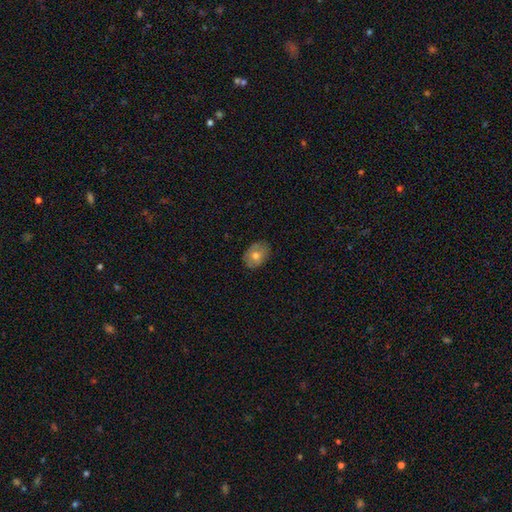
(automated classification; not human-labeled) A smooth galaxy with no disk features (64%) that is in between round and cigar-shaped (70%).

Vote fractions:
- Smooth or featured? smooth: 64% / featured or disk: 28% / star or artifact: 8%
- How rounded? in between: 70% / round: 29% / cigar-shaped: 1%
- Merging? none: 77% / minor disturbance: 18% / major disturbance: 4% / merger: 1%